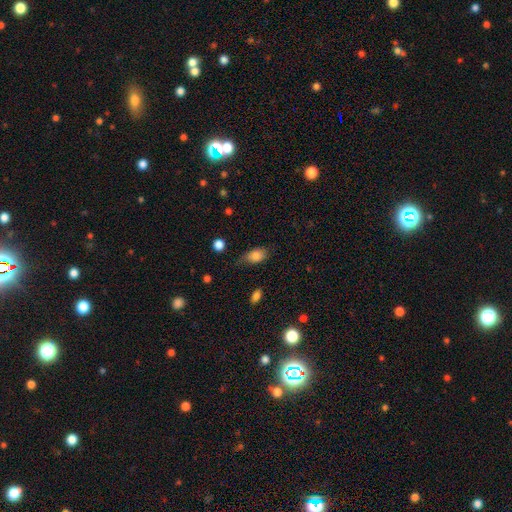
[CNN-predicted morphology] The model was most divided on "merging": none: 56%, minor disturbance: 33%, major disturbance: 10%, merger: 2%. More confident: how rounded — in between (86%); smooth or featured — smooth (84%).